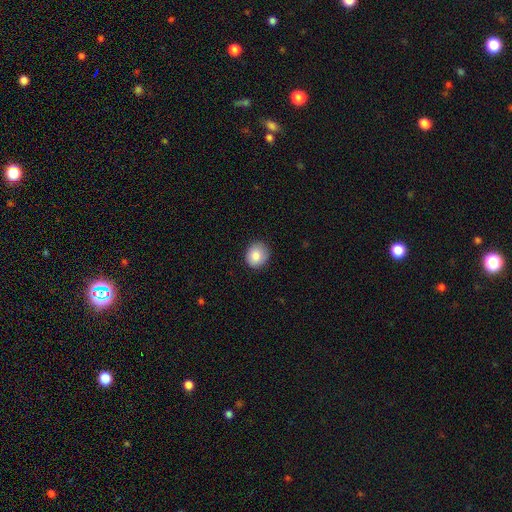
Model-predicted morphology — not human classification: Overall: smooth (85%). How rounded: round (75%). Merging: none (84%).